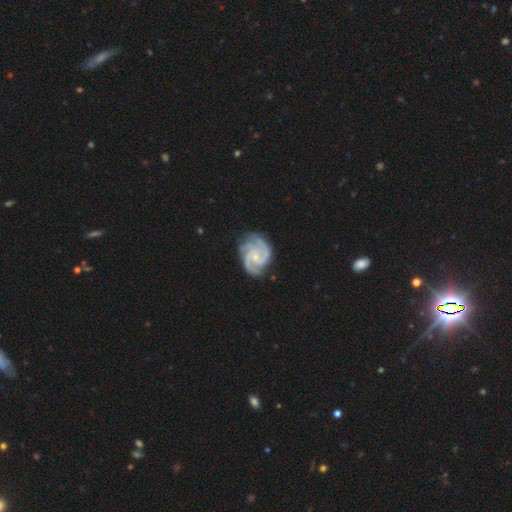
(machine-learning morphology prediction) Q: Smooth or featured?
A: featured or disk (92%); runner-up: smooth (4%)
Q: Edge-on disk?
A: no (98%); runner-up: yes (2%)
Q: Bar?
A: no (64%); runner-up: weak (30%)
Q: Spiral arms?
A: yes (99%); runner-up: no (1%)
Q: Spiral winding?
A: tight (53%); runner-up: medium (41%)
Q: Spiral arm count?
A: 3 (54%); runner-up: 2 (20%)
Q: Bulge size?
A: small (70%); runner-up: moderate (24%)
Q: Merging?
A: none (76%); runner-up: minor disturbance (18%)